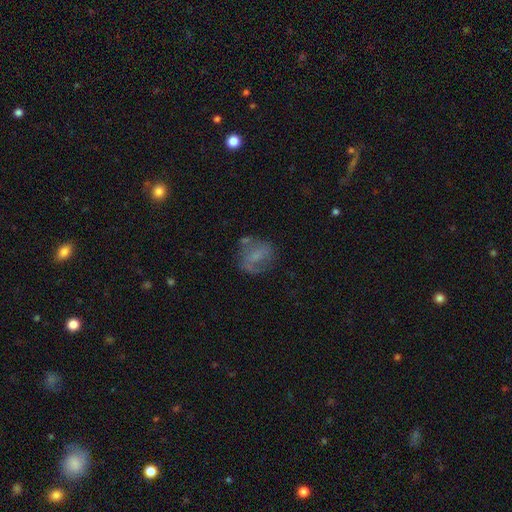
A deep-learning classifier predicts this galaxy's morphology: type=featured or disk (49%); merging=none (57%).